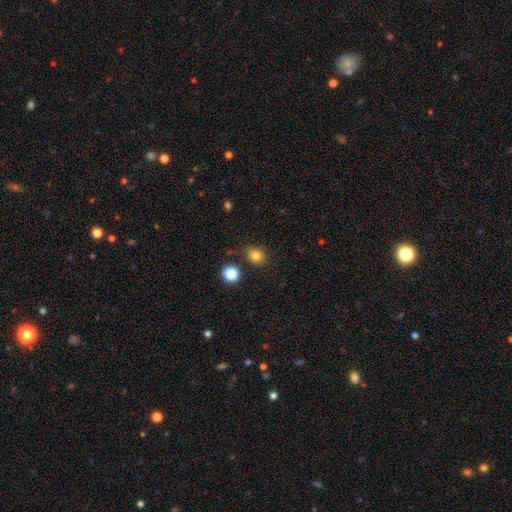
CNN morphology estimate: Smooth or featured? Predicted: smooth (p=0.80). How rounded? Predicted: round (p=0.64). Merging? Predicted: none (p=0.82).